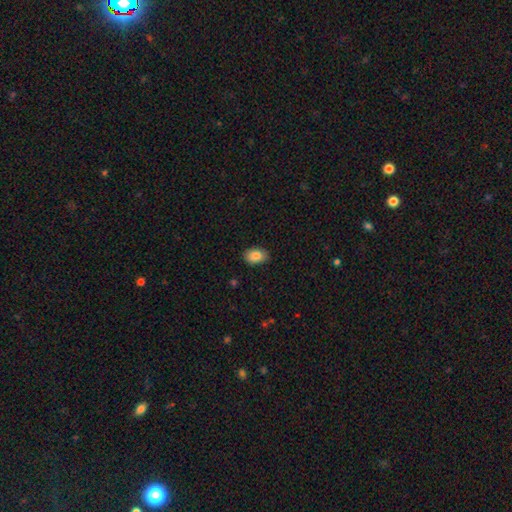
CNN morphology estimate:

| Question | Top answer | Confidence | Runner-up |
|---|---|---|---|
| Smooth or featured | smooth | 86% | star or artifact (8%) |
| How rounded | in between | 87% | round (12%) |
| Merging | none | 86% | minor disturbance (11%) |